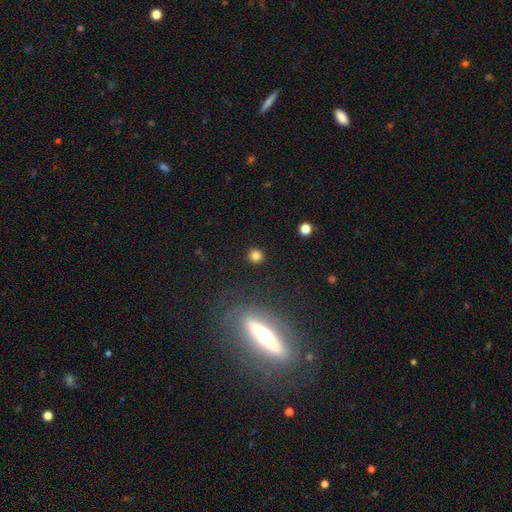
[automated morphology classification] A smooth galaxy with no disk features (82%) that is round (93%).

Vote fractions:
- Smooth or featured? smooth: 82% / star or artifact: 13% / featured or disk: 5%
- How rounded? round: 93% / in between: 6% / cigar-shaped: 1%
- Merging? none: 91% / minor disturbance: 5% / major disturbance: 2% / merger: 2%